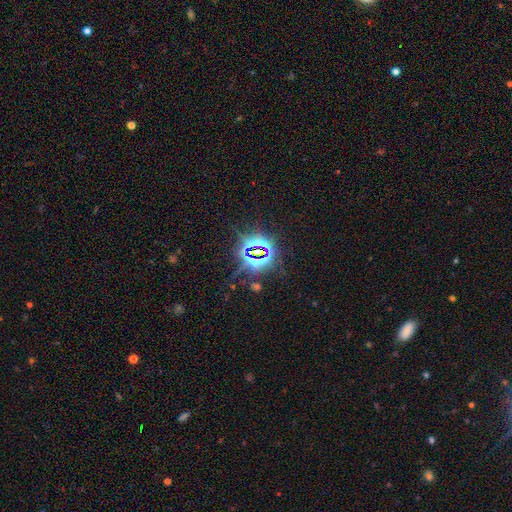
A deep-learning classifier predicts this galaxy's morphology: This is clearly a star or artifact rather than a galaxy (82%).